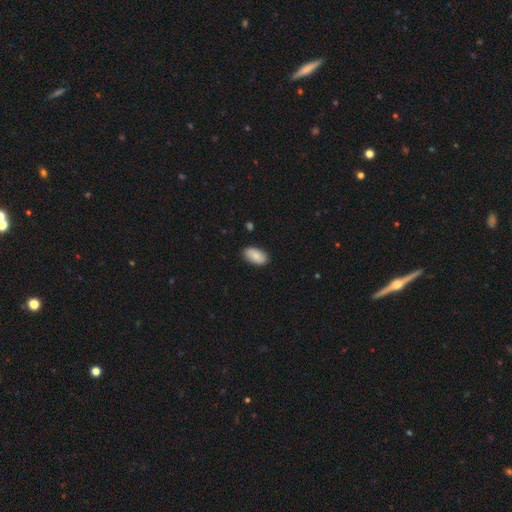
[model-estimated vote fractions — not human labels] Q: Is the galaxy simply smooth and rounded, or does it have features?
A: smooth — 84%.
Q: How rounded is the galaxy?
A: in between — 95%.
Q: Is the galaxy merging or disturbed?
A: none — 87%.